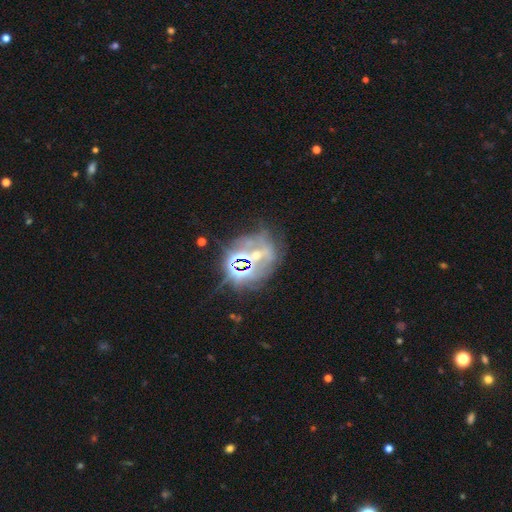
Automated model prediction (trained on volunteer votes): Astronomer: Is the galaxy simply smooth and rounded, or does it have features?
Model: star or artifact — 46% (runner-up: featured or disk, 42%).